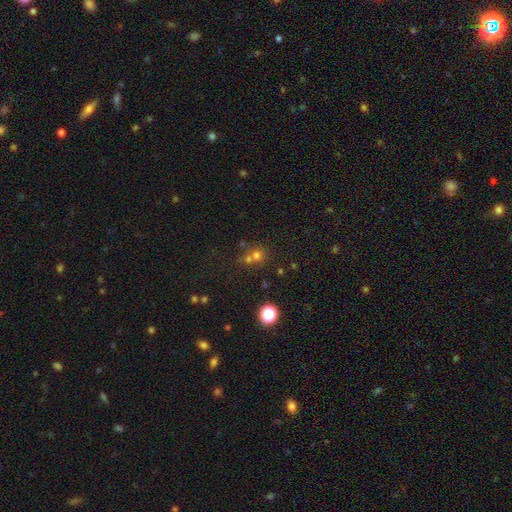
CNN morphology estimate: The model was most divided on "merging": none: 50%, merger: 40%, minor disturbance: 7%, major disturbance: 3%. More confident: how rounded — round (86%); smooth or featured — smooth (58%).